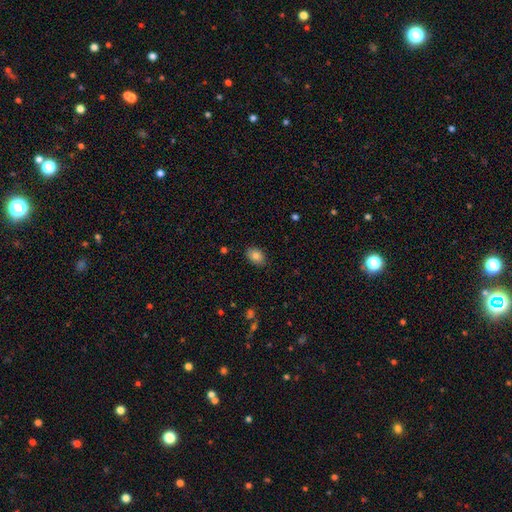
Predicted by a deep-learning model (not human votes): This appears to be a smooth galaxy with no disk features (81%) that is in between round and cigar-shaped (79%). Merging: none (86%).